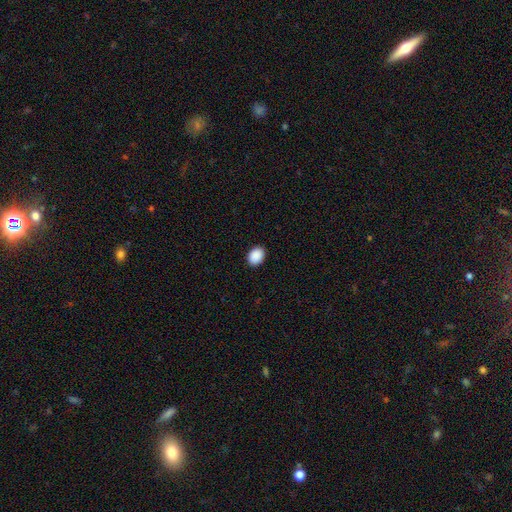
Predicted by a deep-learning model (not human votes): The model was most divided on "how rounded": in between: 65%, round: 34%, cigar-shaped: 1%. More confident: smooth or featured — smooth (91%); merging — none (90%).